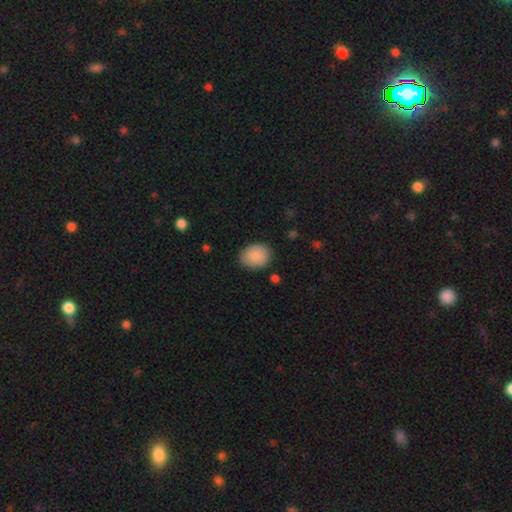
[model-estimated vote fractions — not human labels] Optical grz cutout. It shows a smooth galaxy with no disk features (88%) that is in between round and cigar-shaped (60%). Merging: none (83%).